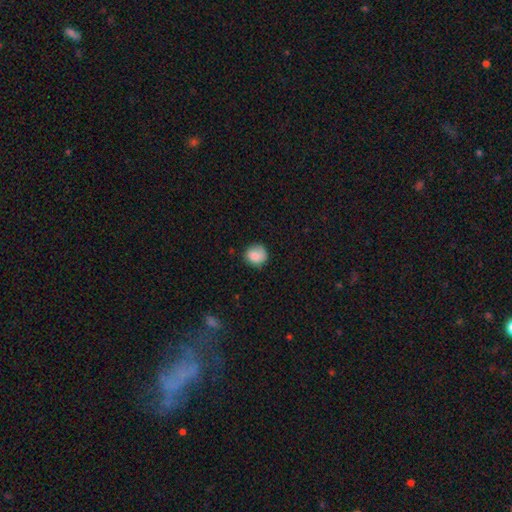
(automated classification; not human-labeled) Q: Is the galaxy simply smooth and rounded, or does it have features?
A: smooth — 84%.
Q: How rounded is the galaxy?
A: round — 84%.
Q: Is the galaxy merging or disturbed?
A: none — 75%.